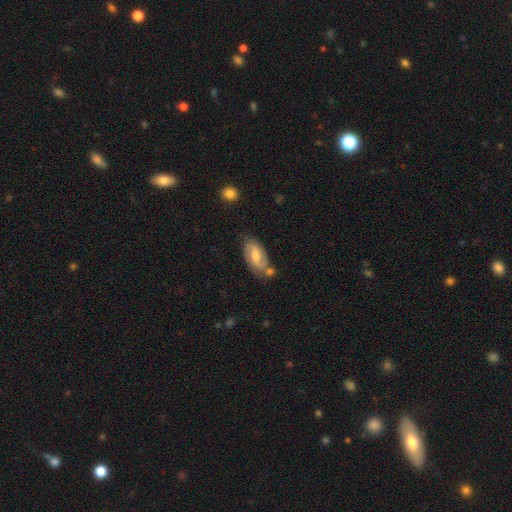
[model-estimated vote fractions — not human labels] smooth-or-featured: featured or disk: 71% | smooth: 23% | star or artifact: 6%
  disk-edge-on: no: 95% | yes: 5%
    bar: weak: 54% | no: 28% | strong: 19%
    has-spiral-arms: yes: 93% | no: 7%
      spiral-winding: medium: 50% | loose: 28% | tight: 23%
      spiral-arm-count: 2: 88% | can't tell: 6% | 1: 3% | 3: 1% | 4: 1% | more than 4: 1%
    bulge-size: moderate: 58% | small: 28% | large: 8% | none: 5% | dominant: 1%
  merging: none: 62% | minor disturbance: 20% | merger: 12% | major disturbance: 6%